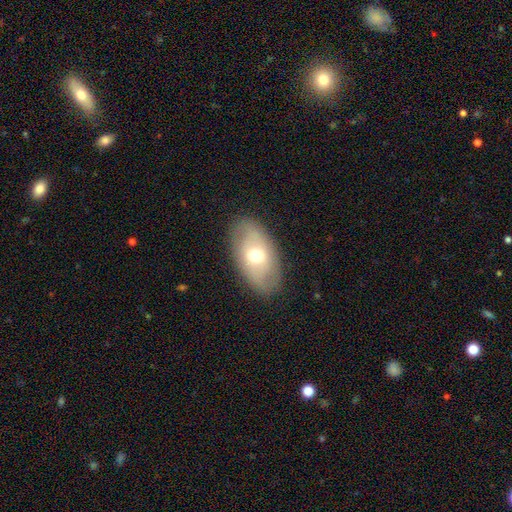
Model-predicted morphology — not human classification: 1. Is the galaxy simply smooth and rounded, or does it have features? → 57% smooth, 35% featured or disk, 8% star or artifact.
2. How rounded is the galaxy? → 91% in between, 7% round, 2% cigar-shaped.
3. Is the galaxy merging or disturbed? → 85% none, 11% minor disturbance, 4% major disturbance, 1% merger.